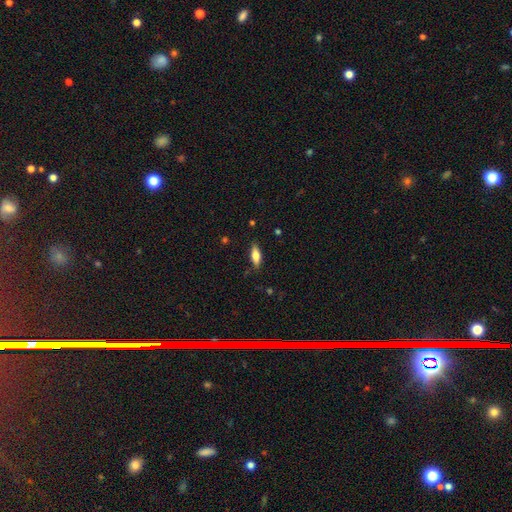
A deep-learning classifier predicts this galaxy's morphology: Smooth or featured?
  - smooth: 64% *
  - featured or disk: 29%
  - star or artifact: 7%
How rounded?
  - in between: 62% *
  - cigar-shaped: 35%
  - round: 3%
Merging?
  - none: 84% *
  - minor disturbance: 12%
  - major disturbance: 2%
  - merger: 1%